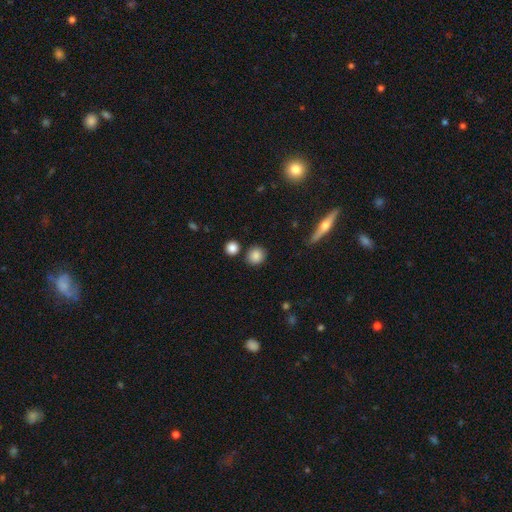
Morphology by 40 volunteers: A smooth galaxy with no disk features (98%) that is round (82%).

Vote fractions:
- Smooth or featured? smooth: 98% / featured or disk: 2% / star or artifact: 0%
- How rounded? round: 82% / in between: 15% / cigar-shaped: 3%
- Merging? none: 75% / minor disturbance: 10% / merger: 10% / major disturbance: 5%